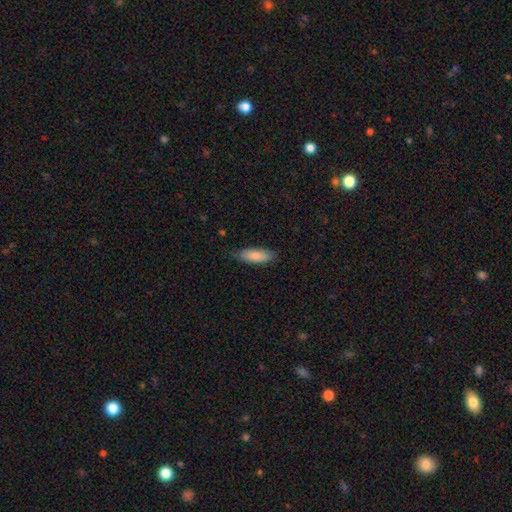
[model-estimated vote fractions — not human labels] A smooth galaxy with no disk features (85%) that is in between round and cigar-shaped (68%).

Vote fractions:
- Smooth or featured? smooth: 85% / featured or disk: 10% / star or artifact: 6%
- How rounded? in between: 68% / cigar-shaped: 30% / round: 2%
- Merging? none: 78% / minor disturbance: 18% / major disturbance: 3% / merger: 1%